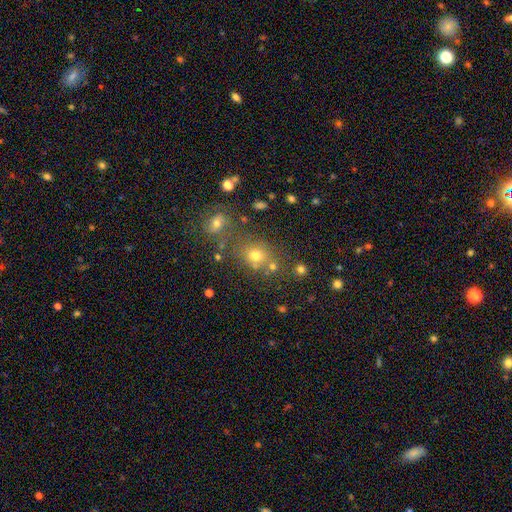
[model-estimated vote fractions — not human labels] Smooth or featured? Predicted: smooth (p=0.67). How rounded? Predicted: round (p=0.72). Merging? Predicted: none (p=0.65).